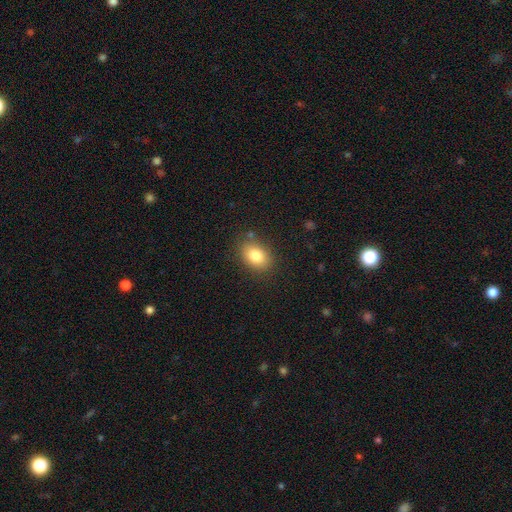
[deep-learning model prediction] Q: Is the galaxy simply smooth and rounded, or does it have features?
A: smooth — 82%.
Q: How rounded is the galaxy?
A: in between — 74%.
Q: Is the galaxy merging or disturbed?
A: none — 82%.